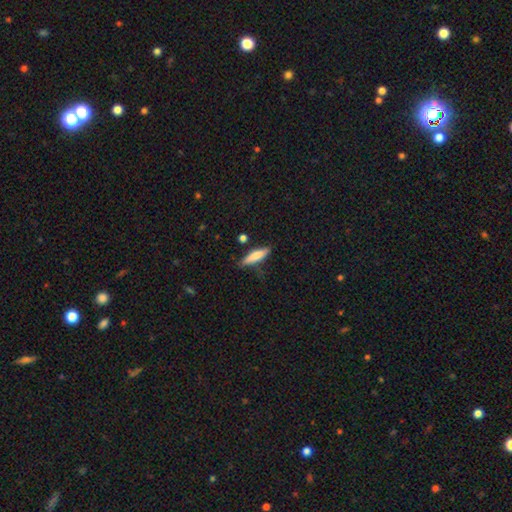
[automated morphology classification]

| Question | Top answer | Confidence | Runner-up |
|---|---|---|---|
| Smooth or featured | smooth | 75% | featured or disk (18%) |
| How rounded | cigar-shaped | 71% | in between (27%) |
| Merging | none | 74% | minor disturbance (19%) |